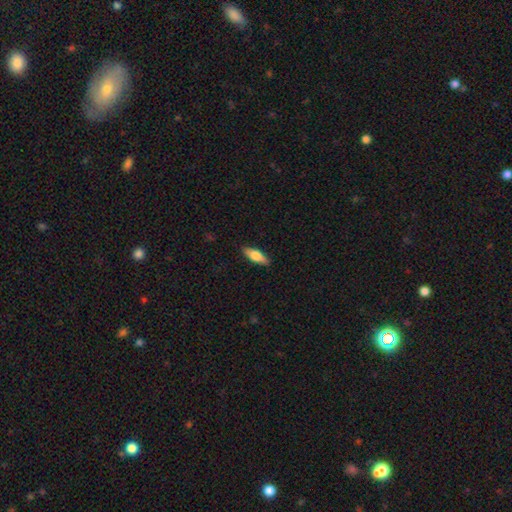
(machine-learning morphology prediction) type=smooth (69%); roundness=in between (60%); merging=none (88%).